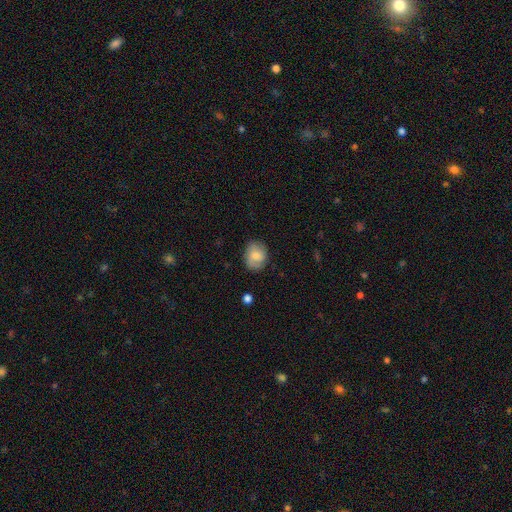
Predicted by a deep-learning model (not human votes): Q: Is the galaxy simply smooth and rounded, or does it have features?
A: smooth — 70%.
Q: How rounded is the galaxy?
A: round — 55%.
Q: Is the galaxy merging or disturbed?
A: none — 75%.